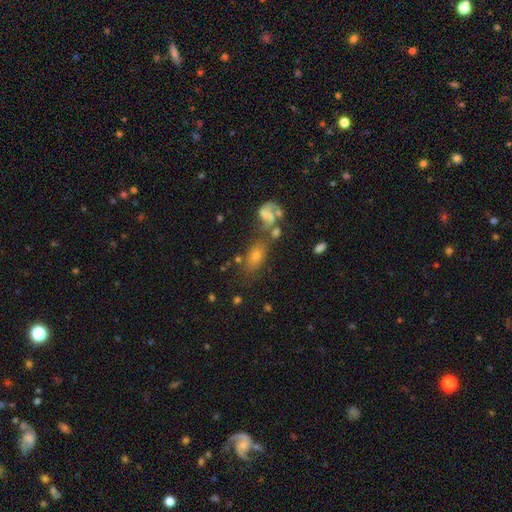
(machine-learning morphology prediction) smooth 54%, featured or disk 28%, star or artifact 18%. Down the decision tree: how rounded — in between (80%); merging — none (49%).